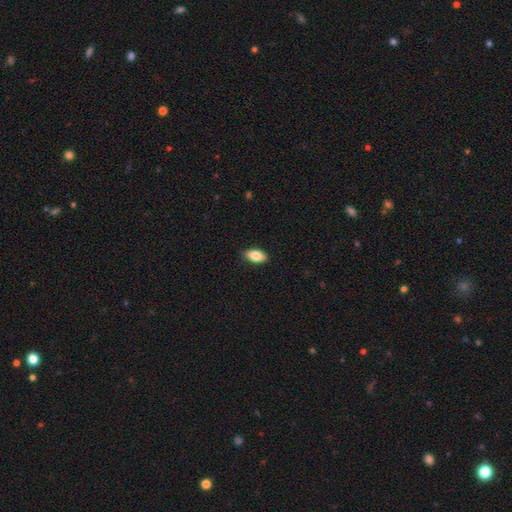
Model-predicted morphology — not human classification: type=smooth (83%); roundness=in between (91%); merging=none (89%).